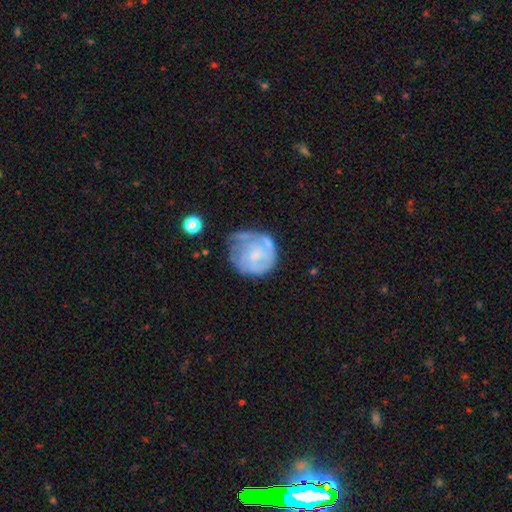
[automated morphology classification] type=featured or disk (58%); edge-on=no (98%); bar=no (71%); spiral arms=yes (66%); bulge=small (42%); merging=none (46%).